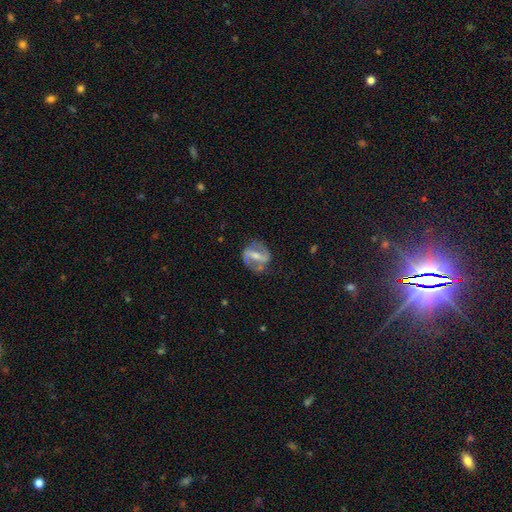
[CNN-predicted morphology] Smooth or featured? featured or disk (80%)
Edge-on disk? no (93%)
Bar? strong (66%)
Spiral arms? yes (80%)
Spiral winding? medium (44%)
Spiral arm count? 2 (86%)
Bulge size? moderate (46%, tied with small)
Merging? none (72%)